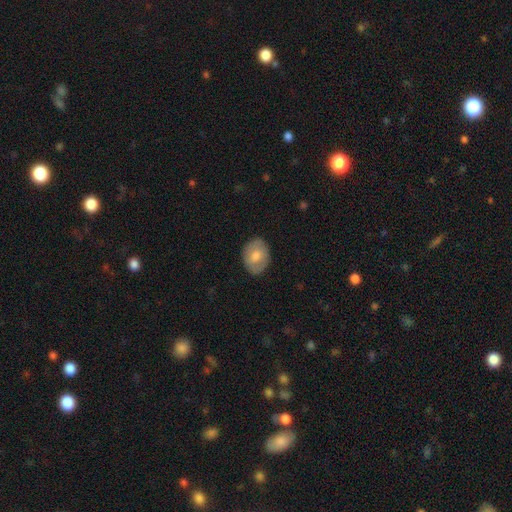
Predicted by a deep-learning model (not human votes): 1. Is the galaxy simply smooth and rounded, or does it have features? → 68% smooth, 26% featured or disk, 7% star or artifact.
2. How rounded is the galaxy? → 66% in between, 33% round, 1% cigar-shaped.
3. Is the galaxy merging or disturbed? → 86% none, 11% minor disturbance, 2% major disturbance, 1% merger.